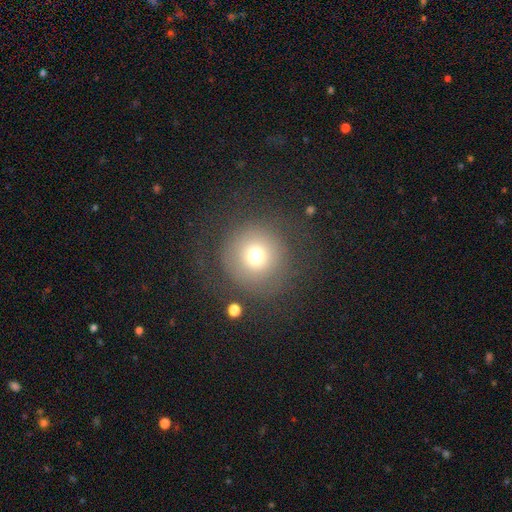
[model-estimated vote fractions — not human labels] A smooth galaxy with no disk features (69%) that is round (94%). Merging: none (71%).